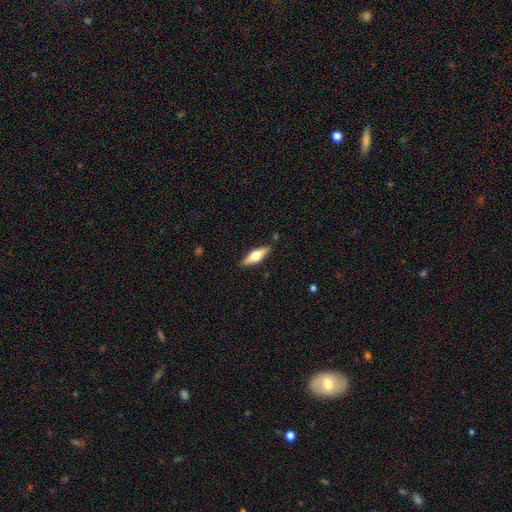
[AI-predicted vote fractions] Smooth or featured? Predicted: smooth (p=0.49). Merging? Predicted: none (p=0.85).